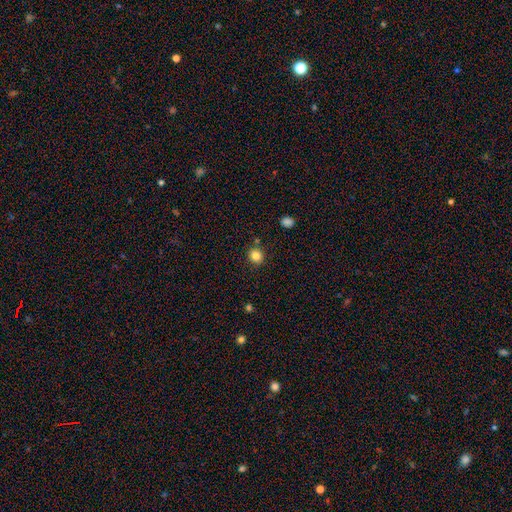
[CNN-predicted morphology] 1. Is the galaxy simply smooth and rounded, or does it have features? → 83% smooth, 12% star or artifact, 5% featured or disk.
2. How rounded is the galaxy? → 88% round, 11% in between, 1% cigar-shaped.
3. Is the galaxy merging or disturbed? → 86% none, 8% minor disturbance, 5% merger, 2% major disturbance.